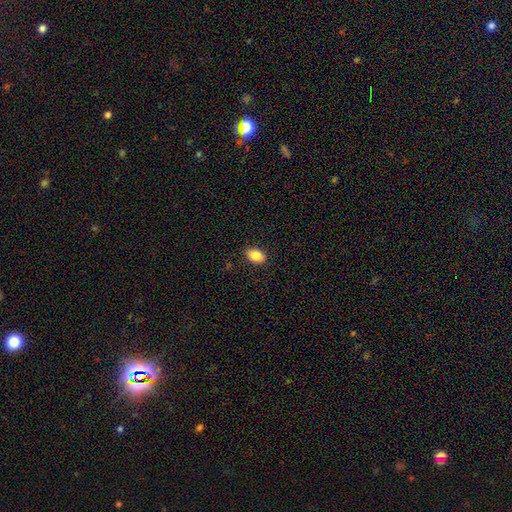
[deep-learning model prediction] This is clearly a smooth galaxy (86%). How rounded: clearly in between (86%). Merging: clearly none (86%).